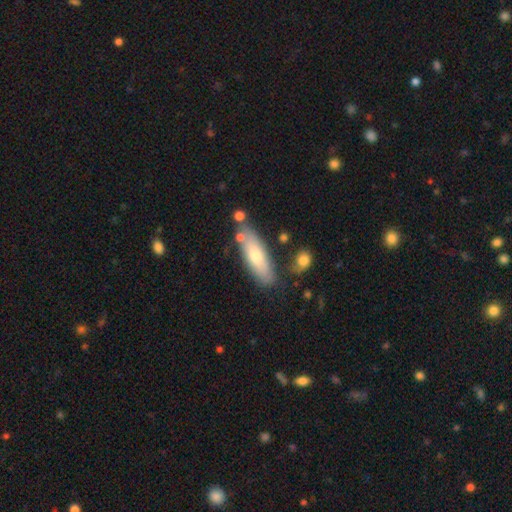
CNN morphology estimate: Overall: smooth (64%; featured or disk 30%). How rounded: in between (54%; cigar-shaped 44%). Merging: none (72%).